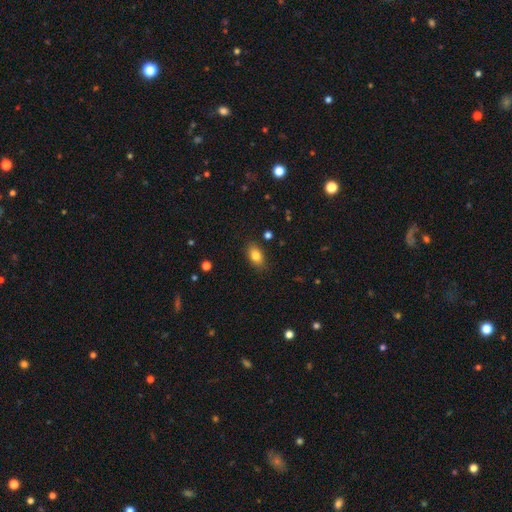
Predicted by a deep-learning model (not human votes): Smooth or featured? smooth (83%)
How rounded? in between (86%)
Merging? none (84%)